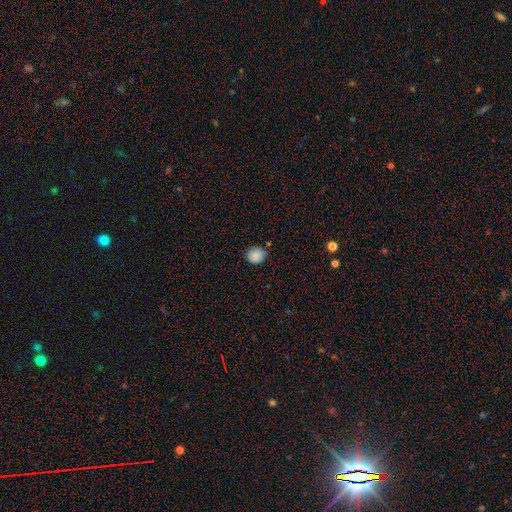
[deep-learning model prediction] The model was most divided on "merging": none: 78%, minor disturbance: 16%, merger: 3%, major disturbance: 2%. More confident: smooth or featured — smooth (86%); how rounded — round (81%).